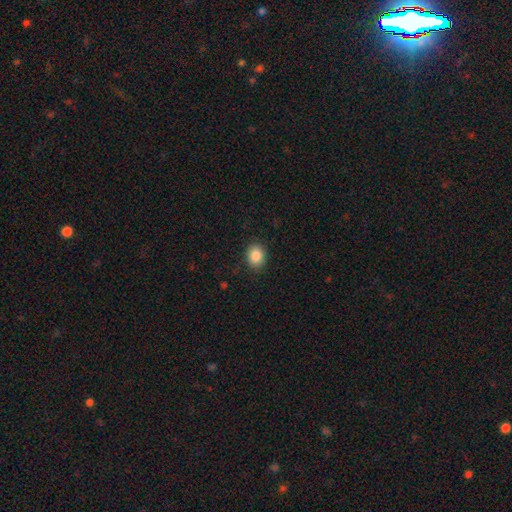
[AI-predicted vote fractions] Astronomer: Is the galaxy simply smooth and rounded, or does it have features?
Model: smooth — 87%.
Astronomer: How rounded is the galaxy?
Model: in between — 50% (runner-up: round, 49%).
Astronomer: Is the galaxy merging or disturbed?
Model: none — 88%.